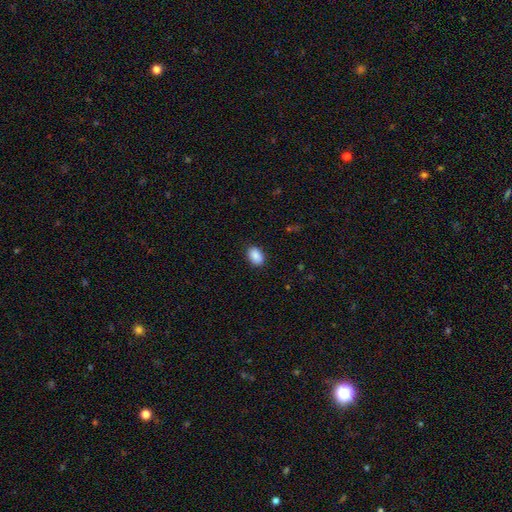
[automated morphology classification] Smooth or featured: smooth — 89% (star or artifact — 7%)
How rounded: in between — 82% (round — 17%)
Merging: none — 86% (minor disturbance — 10%)